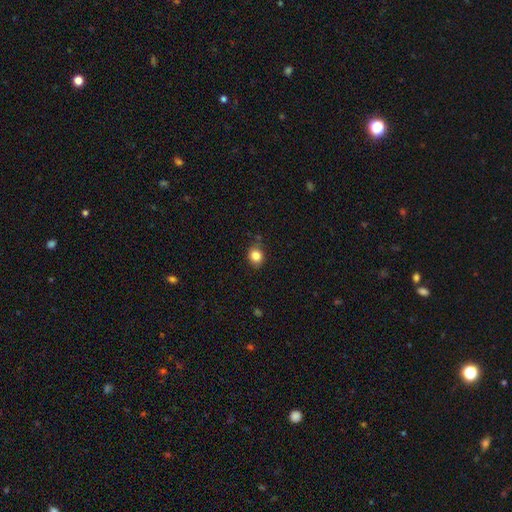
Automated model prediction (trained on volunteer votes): A smooth galaxy with no disk features (83%) that is round (61%). Merging: none (80%).